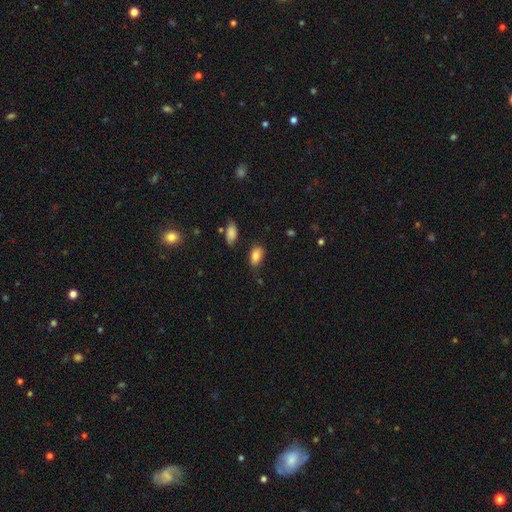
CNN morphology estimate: Overall: smooth (83%). How rounded: in between (91%). Merging: none (73%).